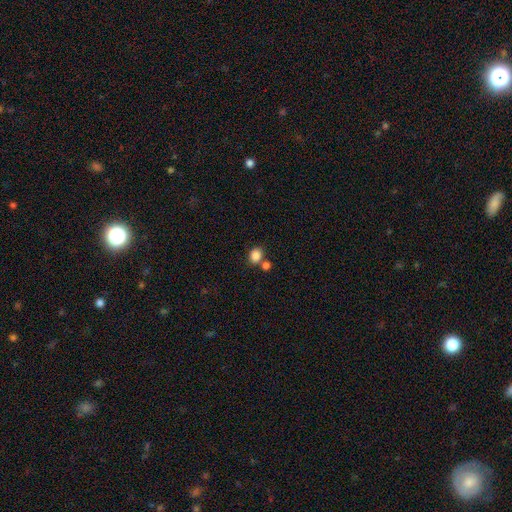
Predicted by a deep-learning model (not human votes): Morphology: type=smooth (85%); roundness=round (58%); merging=none (60%).